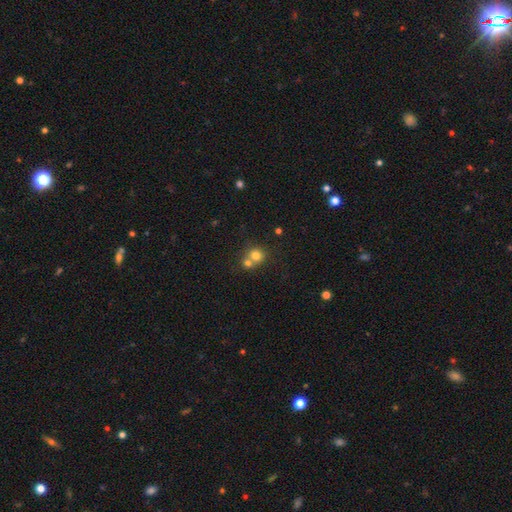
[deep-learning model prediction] Smooth or featured?
  - smooth: 76% *
  - star or artifact: 13%
  - featured or disk: 11%
How rounded?
  - round: 86% *
  - in between: 13%
  - cigar-shaped: 1%
Merging?
  - merger: 49% *
  - none: 43%
  - minor disturbance: 6%
  - major disturbance: 2%